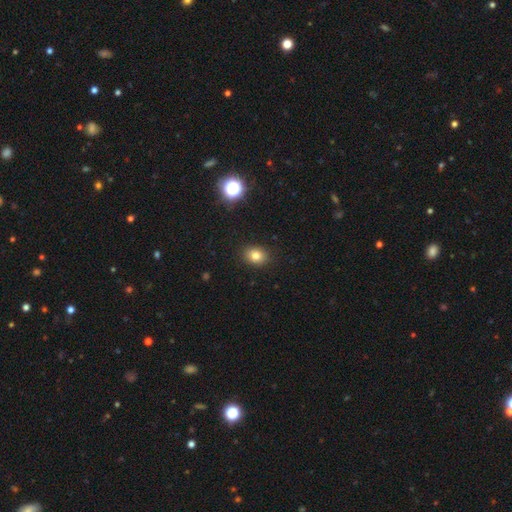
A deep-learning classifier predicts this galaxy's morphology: smooth 81%, star or artifact 12%, featured or disk 7%. Down the decision tree: how rounded — in between (54%); merging — none (89%).